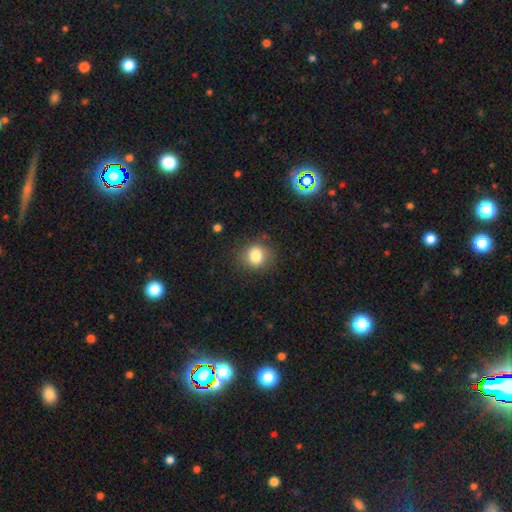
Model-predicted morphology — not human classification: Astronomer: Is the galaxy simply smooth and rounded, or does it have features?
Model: smooth — 81%.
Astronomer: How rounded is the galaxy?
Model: round — 76%.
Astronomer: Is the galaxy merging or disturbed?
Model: none — 84%.